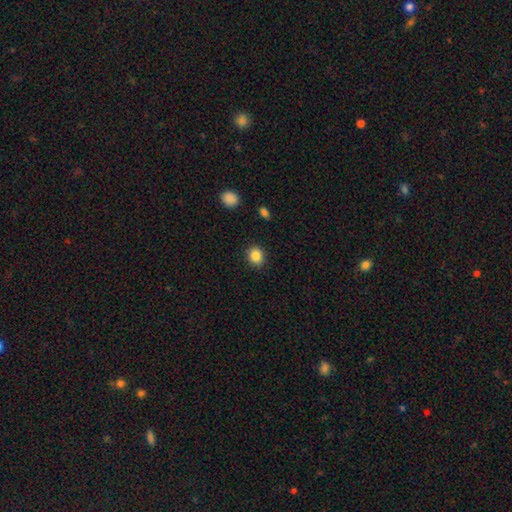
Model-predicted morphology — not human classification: Overall: smooth (86%). How rounded: round (71%). Merging: none (89%).